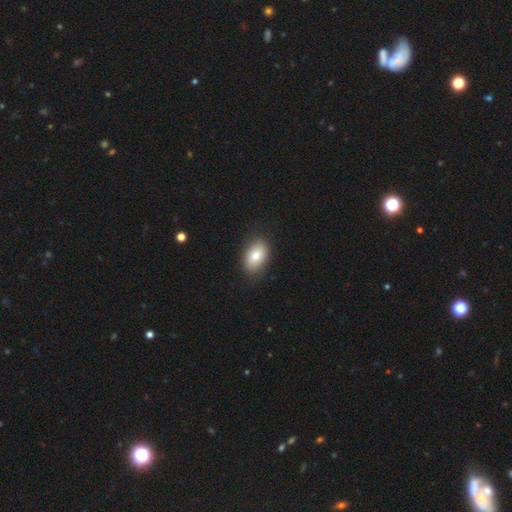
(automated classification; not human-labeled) Morphology: type=smooth (78%); roundness=in between (85%); merging=none (85%).